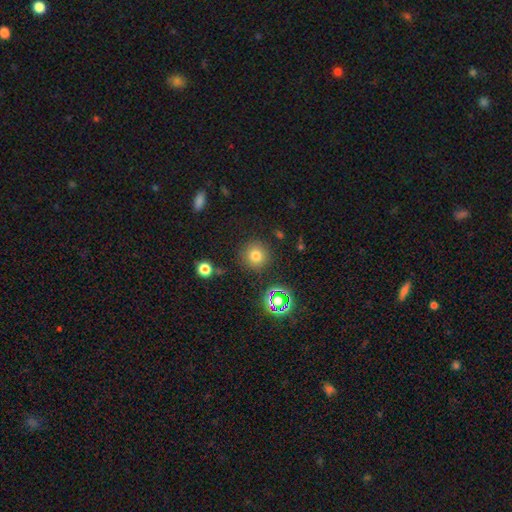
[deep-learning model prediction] Q: Smooth or featured?
A: smooth (73%); runner-up: star or artifact (19%)
Q: How rounded?
A: round (94%); runner-up: in between (5%)
Q: Merging?
A: none (87%); runner-up: minor disturbance (8%)